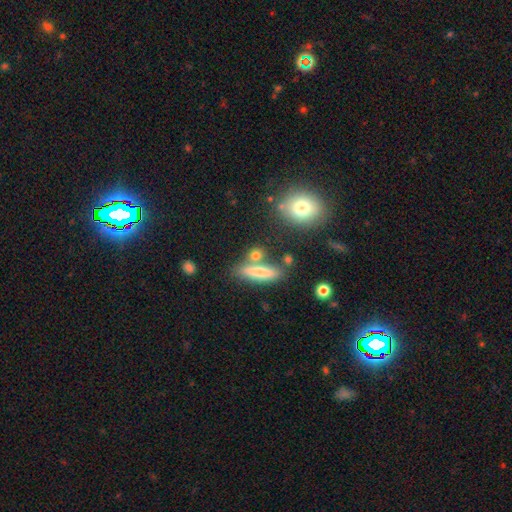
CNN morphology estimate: Smooth or featured? Predicted: smooth (p=0.75). How rounded? Predicted: cigar-shaped (p=0.51). Merging? Predicted: none (p=0.66).